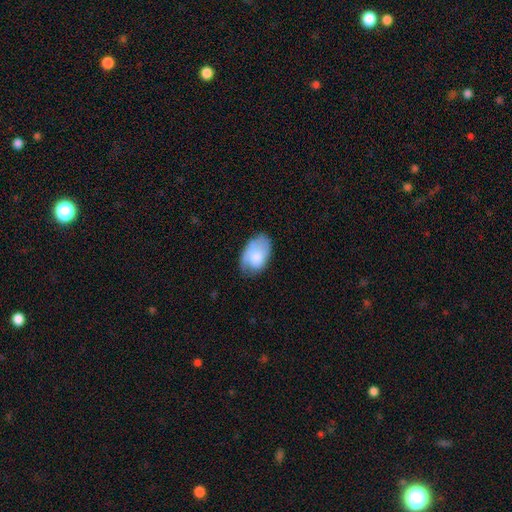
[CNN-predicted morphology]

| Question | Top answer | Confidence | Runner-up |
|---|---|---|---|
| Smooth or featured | smooth | 65% | featured or disk (29%) |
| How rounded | in between | 90% | round (9%) |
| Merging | none | 58% | minor disturbance (30%) |